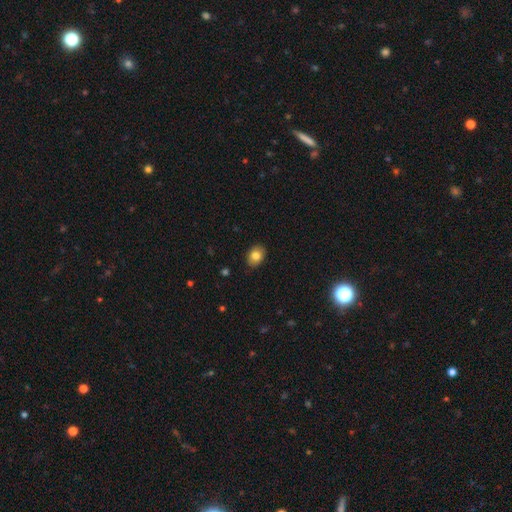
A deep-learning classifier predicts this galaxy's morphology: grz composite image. It shows a smooth galaxy with no disk features (83%) that is in between round and cigar-shaped (71%). Merging: none (88%).